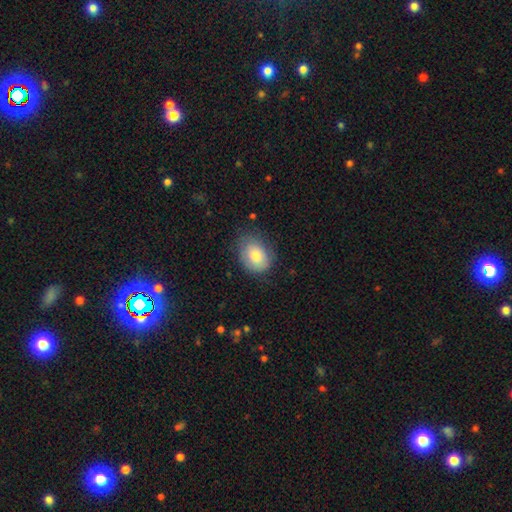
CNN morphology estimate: smooth-or-featured: smooth: 79% | featured or disk: 13% | star or artifact: 7%
  how-rounded: in between: 63% | round: 36% | cigar-shaped: 1%
  merging: none: 70% | minor disturbance: 23% | major disturbance: 6% | merger: 1%